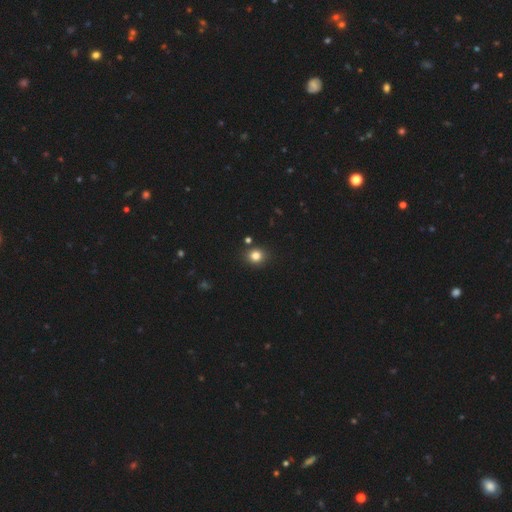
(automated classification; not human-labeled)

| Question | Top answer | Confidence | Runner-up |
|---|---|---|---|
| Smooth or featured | smooth | 82% | star or artifact (13%) |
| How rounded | round | 80% | in between (19%) |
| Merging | none | 86% | minor disturbance (8%) |